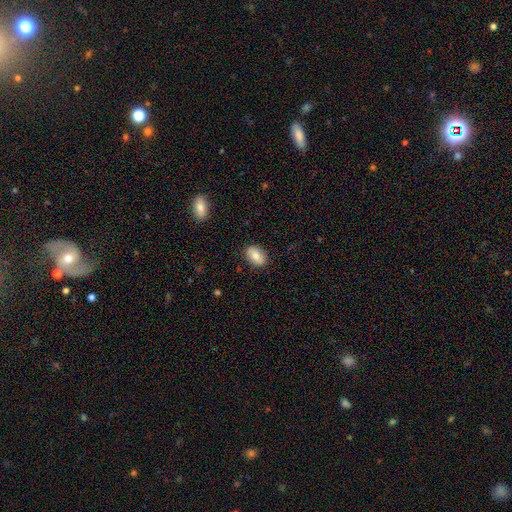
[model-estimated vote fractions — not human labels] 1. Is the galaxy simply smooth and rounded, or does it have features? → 80% smooth, 13% featured or disk, 7% star or artifact.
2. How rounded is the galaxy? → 87% in between, 11% round, 2% cigar-shaped.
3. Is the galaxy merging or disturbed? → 86% none, 10% minor disturbance, 2% major disturbance, 1% merger.